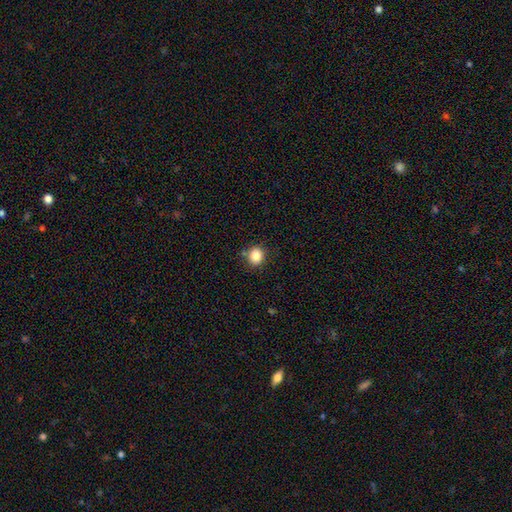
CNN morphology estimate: type=smooth (85%); roundness=round (79%); merging=none (82%).